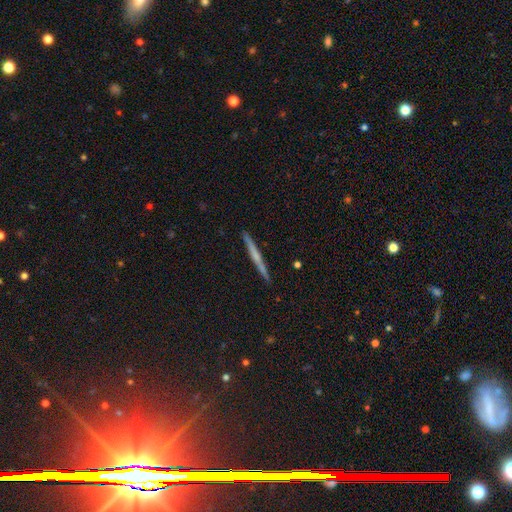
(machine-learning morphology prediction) Smooth or featured: featured or disk — 59% (smooth — 35%)
Edge-on disk: yes — 98% (no — 2%)
Edge-on bulge: none — 58% (rounded — 34%)
Merging: none — 92% (minor disturbance — 6%)